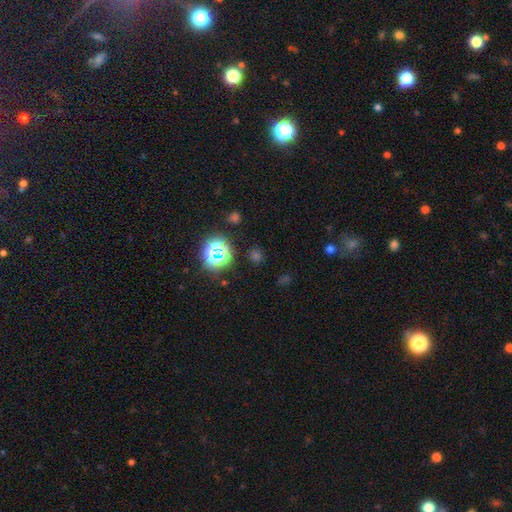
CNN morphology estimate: Overall: star or artifact (58%; smooth 36%).